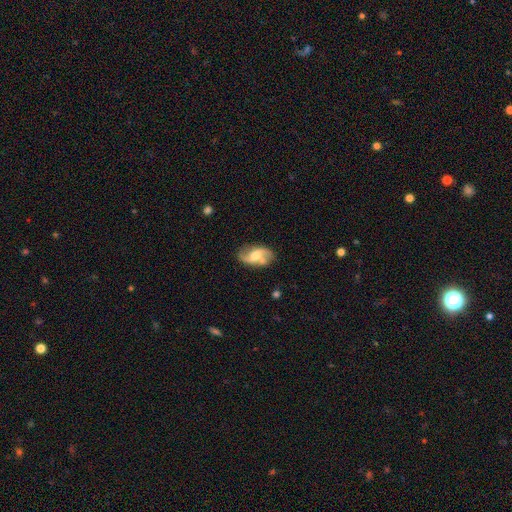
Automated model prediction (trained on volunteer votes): smooth_or_featured: featured or disk (p=0.79) [alt: smooth p=0.15]
disk_edge_on: no (p=0.96) [alt: yes p=0.04]
bar: weak (p=0.44) [alt: no p=0.41]
has_spiral_arms: yes (p=0.94) [alt: no p=0.06]
spiral_winding: loose (p=0.67) [alt: medium p=0.26]
spiral_arm_count: 2 (p=0.85) [alt: can't tell p=0.05]
bulge_size: moderate (p=0.57) [alt: small p=0.27]
merging: none (p=0.70) [alt: minor disturbance p=0.18]